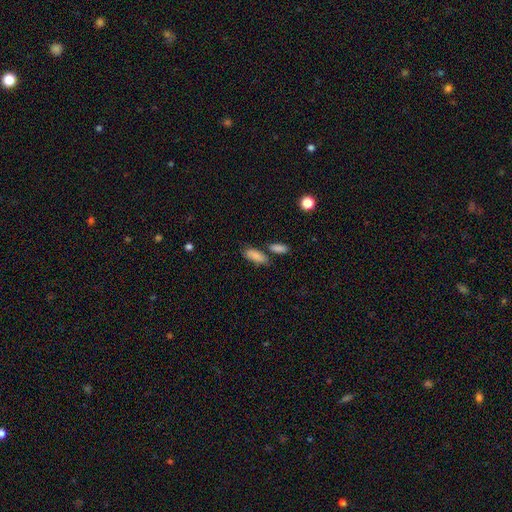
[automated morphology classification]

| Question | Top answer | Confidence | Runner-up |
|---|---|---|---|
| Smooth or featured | smooth | 83% | featured or disk (9%) |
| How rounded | in between | 83% | cigar-shaped (14%) |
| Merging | none | 60% | merger (18%) |